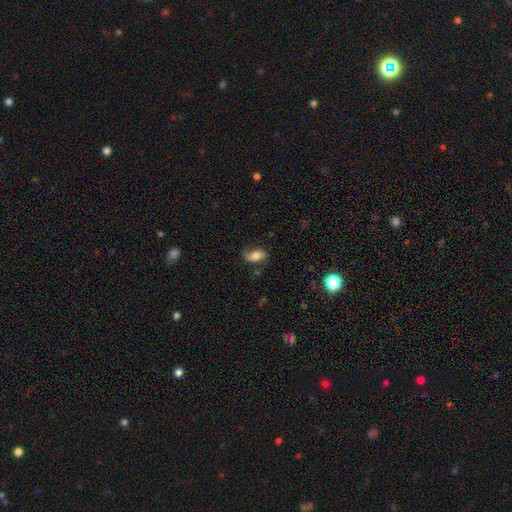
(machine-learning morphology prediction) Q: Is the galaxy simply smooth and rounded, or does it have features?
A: smooth — 48%.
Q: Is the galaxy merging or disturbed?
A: none — 60%.